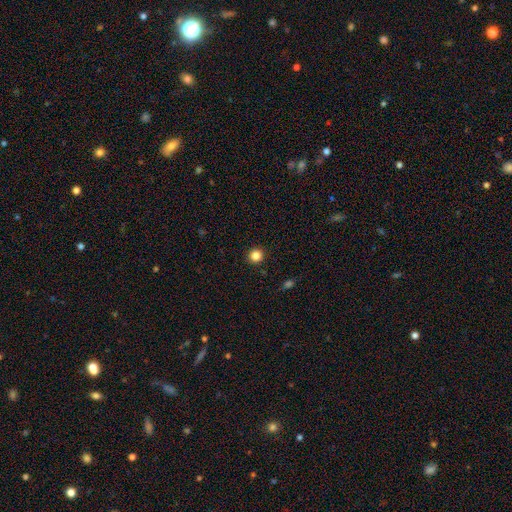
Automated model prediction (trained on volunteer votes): The model was most divided on "smooth or featured": smooth: 85%, star or artifact: 11%, featured or disk: 4%. More confident: merging — none (92%); how rounded — round (92%).